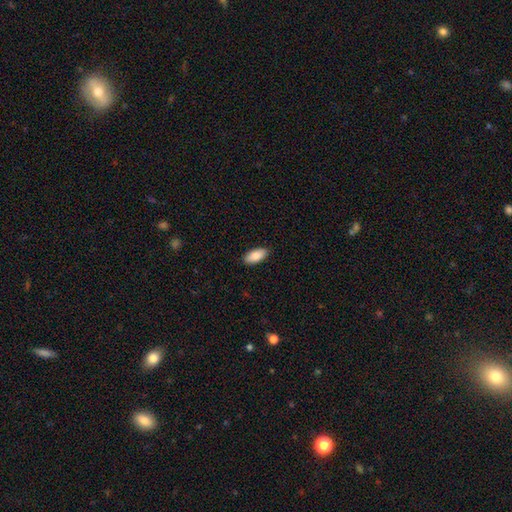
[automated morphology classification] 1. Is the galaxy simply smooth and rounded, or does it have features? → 86% smooth, 7% featured or disk, 6% star or artifact.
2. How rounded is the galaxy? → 91% in between, 7% cigar-shaped, 2% round.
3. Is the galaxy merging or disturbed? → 89% none, 8% minor disturbance, 2% major disturbance, 1% merger.